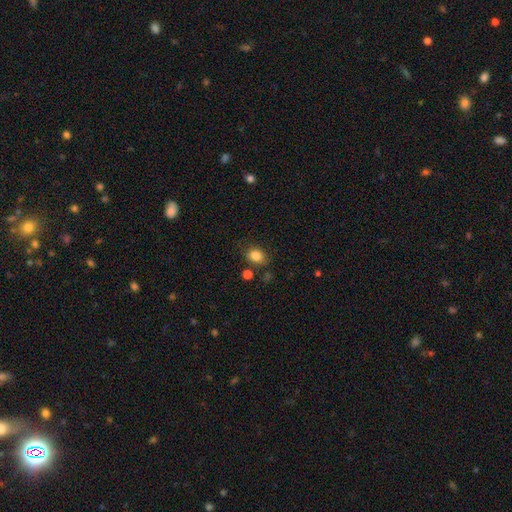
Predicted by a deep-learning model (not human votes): The model was most divided on "how rounded": in between: 60%, round: 39%, cigar-shaped: 1%. More confident: smooth or featured — smooth (84%); merging — none (76%).